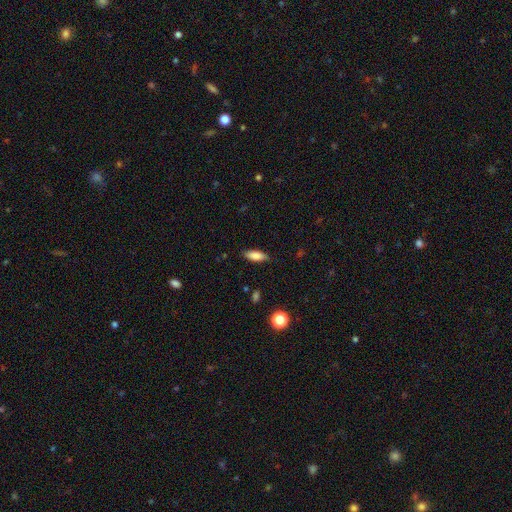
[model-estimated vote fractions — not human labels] This appears to be a smooth galaxy with no disk features (83%) that is in between round and cigar-shaped (68%). Merging: none (84%).